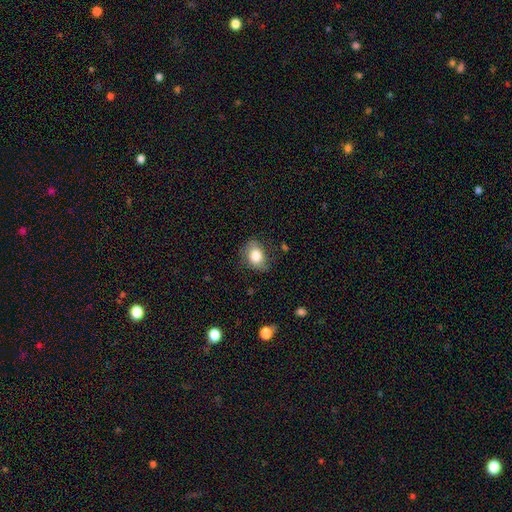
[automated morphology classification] smooth 79%, featured or disk 13%, star or artifact 8%. Down the decision tree: how rounded — in between (68%); merging — none (71%).